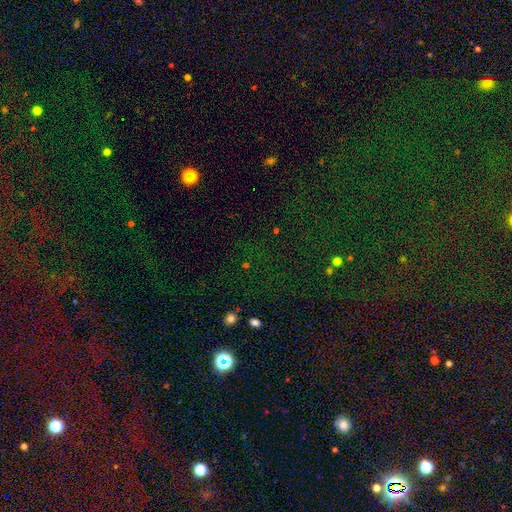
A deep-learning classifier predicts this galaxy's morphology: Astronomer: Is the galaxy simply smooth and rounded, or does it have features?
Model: star or artifact — 76%.